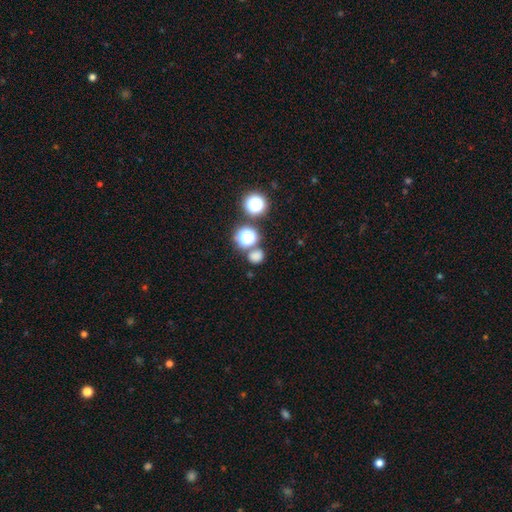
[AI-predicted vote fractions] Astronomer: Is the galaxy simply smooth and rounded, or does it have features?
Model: smooth — 70%.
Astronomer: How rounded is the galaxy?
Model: round — 79%.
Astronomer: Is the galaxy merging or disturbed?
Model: none — 71%.